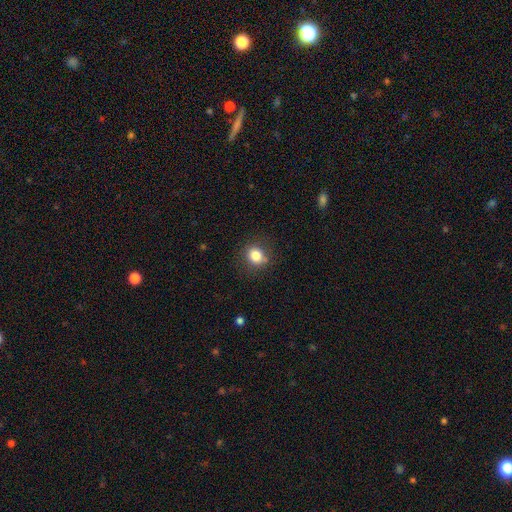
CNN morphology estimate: This appears to be a smooth galaxy with no disk features (82%) that is round (73%). Merging: none (82%).